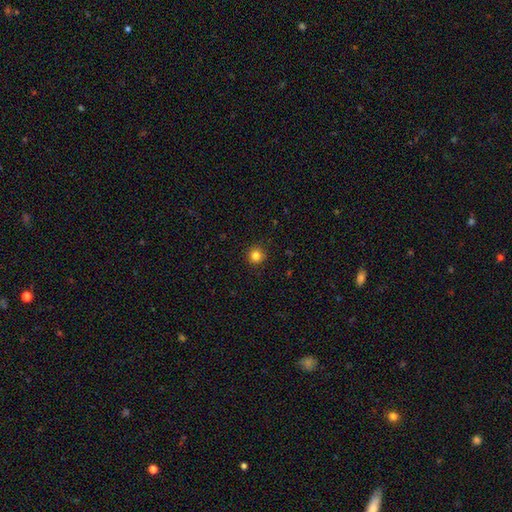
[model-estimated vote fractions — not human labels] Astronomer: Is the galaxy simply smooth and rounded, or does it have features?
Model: smooth — 83%.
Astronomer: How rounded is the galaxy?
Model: round — 94%.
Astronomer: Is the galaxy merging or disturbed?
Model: none — 91%.